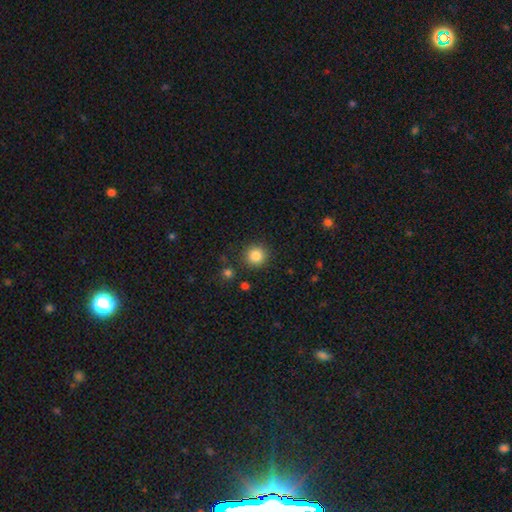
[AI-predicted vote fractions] Q: Smooth or featured?
A: smooth (85%); runner-up: star or artifact (10%)
Q: How rounded?
A: round (94%); runner-up: in between (5%)
Q: Merging?
A: none (88%); runner-up: minor disturbance (7%)